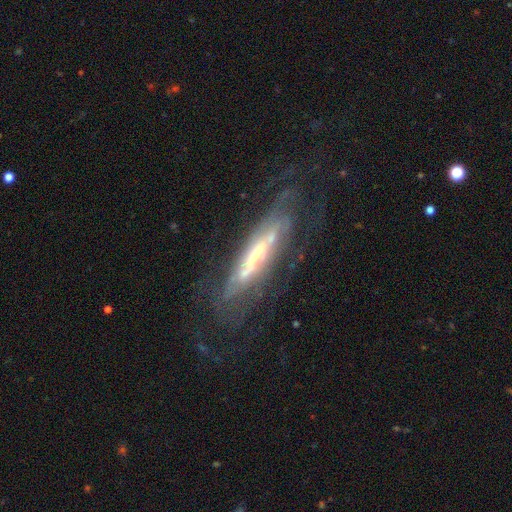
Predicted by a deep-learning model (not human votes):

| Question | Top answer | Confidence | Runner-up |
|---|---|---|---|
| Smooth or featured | featured or disk | 78% | smooth (15%) |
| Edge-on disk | no | 53% | yes (47%) |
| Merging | none | 60% | minor disturbance (20%) |